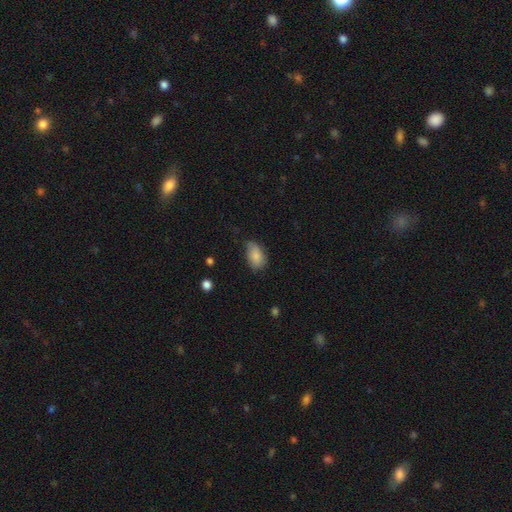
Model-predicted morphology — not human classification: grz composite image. It shows a smooth galaxy with no disk features (83%) that is in between round and cigar-shaped (91%). Merging: none (60%).